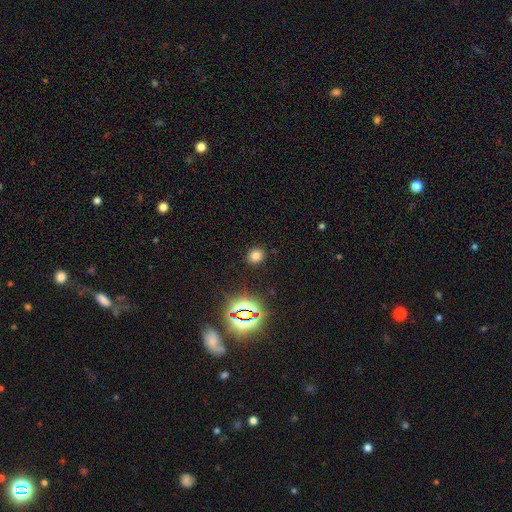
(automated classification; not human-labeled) A smooth galaxy with no disk features (71%) that is round (78%).

Vote fractions:
- Smooth or featured? smooth: 71% / star or artifact: 22% / featured or disk: 6%
- How rounded? round: 78% / in between: 21% / cigar-shaped: 1%
- Merging? none: 89% / minor disturbance: 7% / major disturbance: 3% / merger: 2%